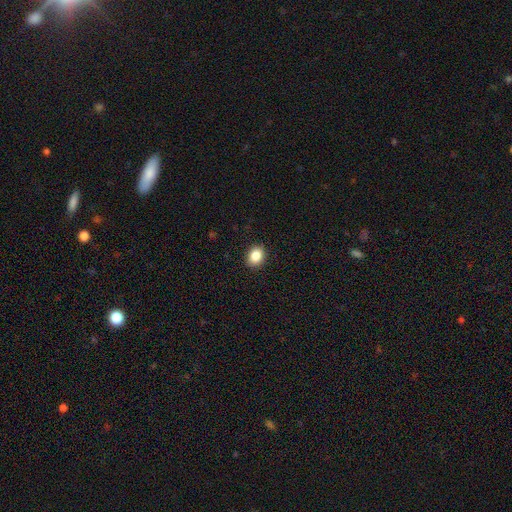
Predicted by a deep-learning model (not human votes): smooth 86%, star or artifact 9%, featured or disk 5%. Down the decision tree: how rounded — in between (50%); merging — none (91%).